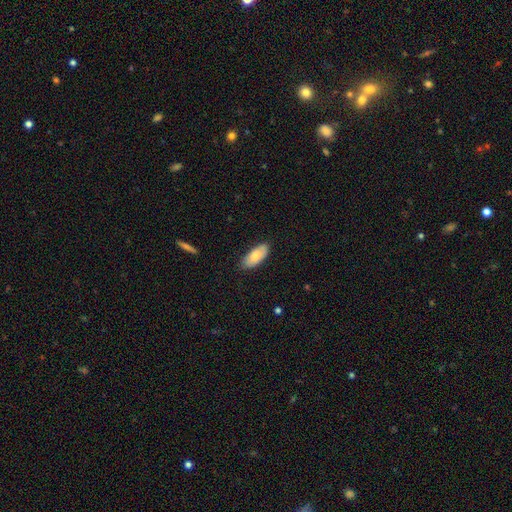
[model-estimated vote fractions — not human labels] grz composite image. It shows a smooth galaxy with no disk features (77%) that is in between round and cigar-shaped (88%). Merging: none (81%).